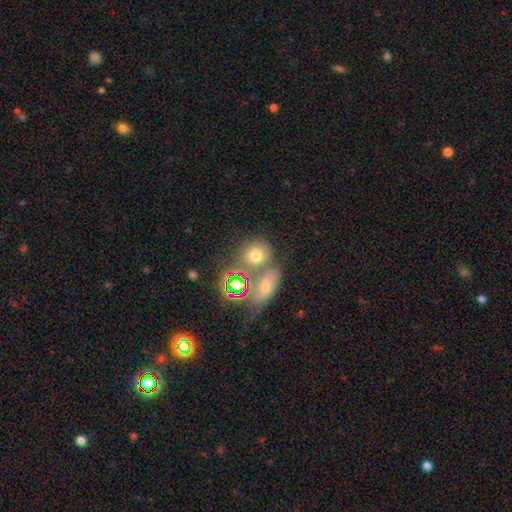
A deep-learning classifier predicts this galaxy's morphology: This appears to be a smooth galaxy with no disk features (64%) that is round (68%). Merging: none (55%).